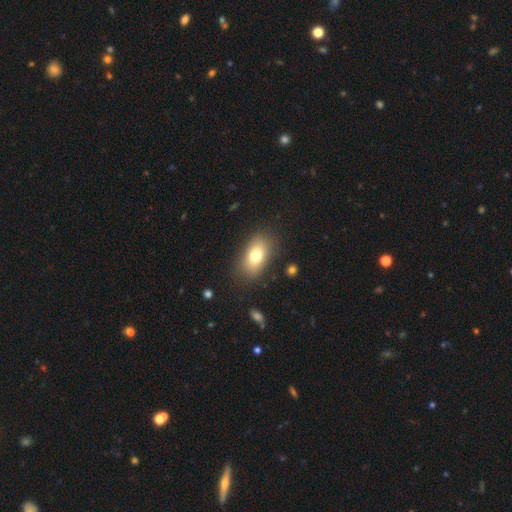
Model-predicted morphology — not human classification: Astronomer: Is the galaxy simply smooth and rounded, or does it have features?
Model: smooth — 77%.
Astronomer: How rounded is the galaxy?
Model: in between — 88%.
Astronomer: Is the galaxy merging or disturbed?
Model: none — 83%.